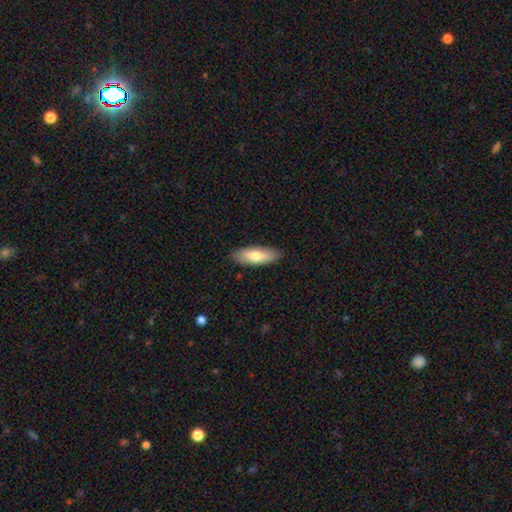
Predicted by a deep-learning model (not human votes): A smooth galaxy with no disk features (71%) that is in between round and cigar-shaped (62%).

Vote fractions:
- Smooth or featured? smooth: 71% / featured or disk: 23% / star or artifact: 6%
- How rounded? in between: 62% / cigar-shaped: 36% / round: 2%
- Merging? none: 87% / minor disturbance: 10% / major disturbance: 2% / merger: 1%